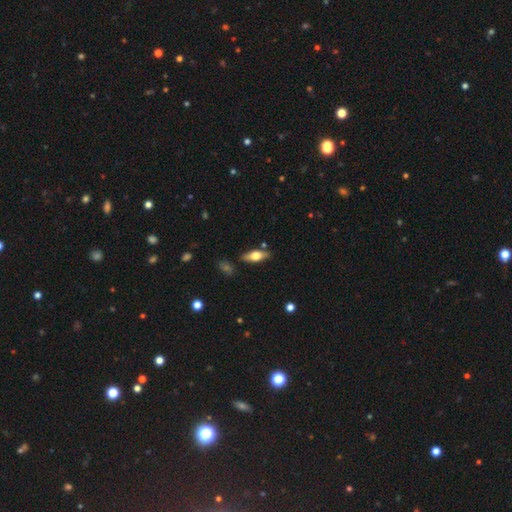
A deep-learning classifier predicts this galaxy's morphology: This is possibly a smooth galaxy (53%). How rounded: likely in between (66%). Merging: clearly none (82%).